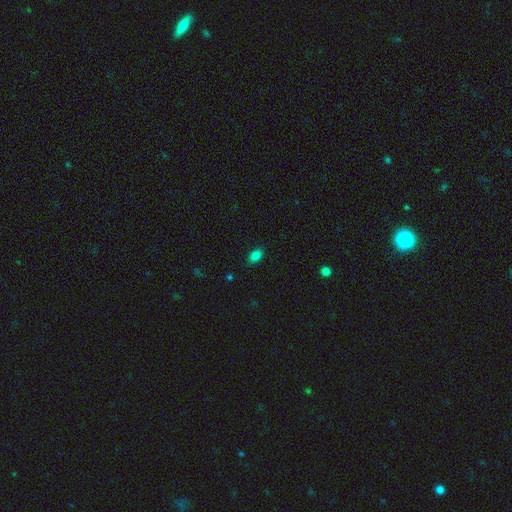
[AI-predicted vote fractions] Overall: smooth (83%). How rounded: in between (85%). Merging: none (86%).